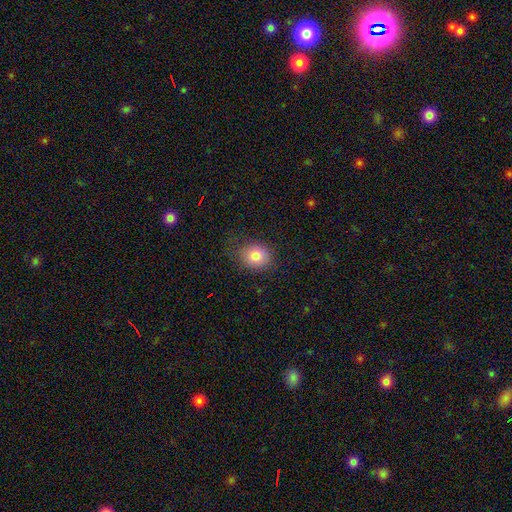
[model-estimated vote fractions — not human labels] Morphology: type=smooth (81%); roundness=round (66%); merging=none (77%).